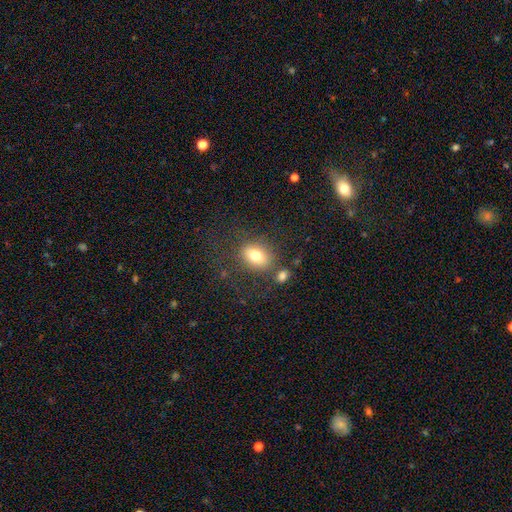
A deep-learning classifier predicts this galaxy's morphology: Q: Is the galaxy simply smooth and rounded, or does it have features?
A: smooth — 76%.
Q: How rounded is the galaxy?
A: in between — 66%.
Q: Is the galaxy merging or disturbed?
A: none — 70%.